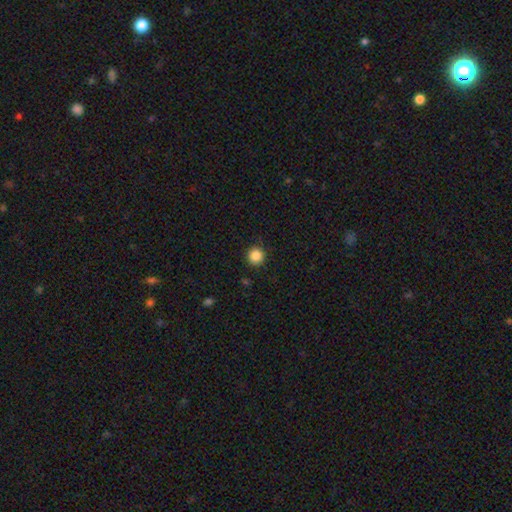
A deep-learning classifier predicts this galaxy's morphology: Smooth or featured? smooth (86%)
How rounded? round (95%)
Merging? none (91%)